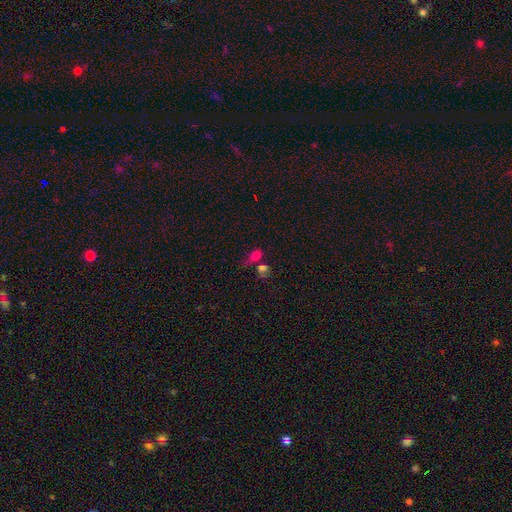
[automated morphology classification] smooth_or_featured: smooth (p=0.66) [alt: star or artifact p=0.22]
how_rounded: in between (p=0.58) [alt: round p=0.37]
merging: merger (p=0.38) [alt: none p=0.33]